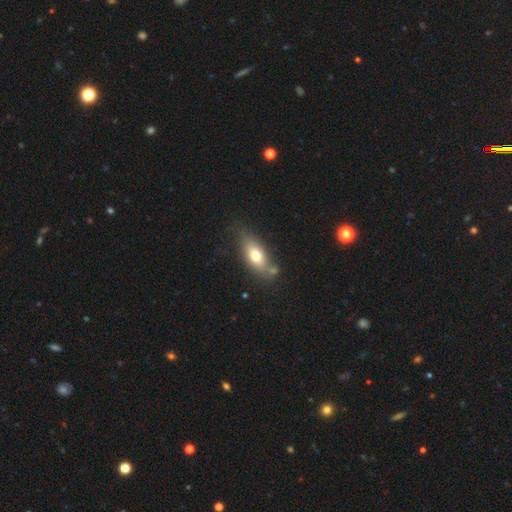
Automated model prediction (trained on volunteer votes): smooth-or-featured: smooth: 67% | featured or disk: 25% | star or artifact: 8%
  how-rounded: in between: 78% | cigar-shaped: 17% | round: 5%
  merging: none: 63% | minor disturbance: 21% | merger: 10% | major disturbance: 6%